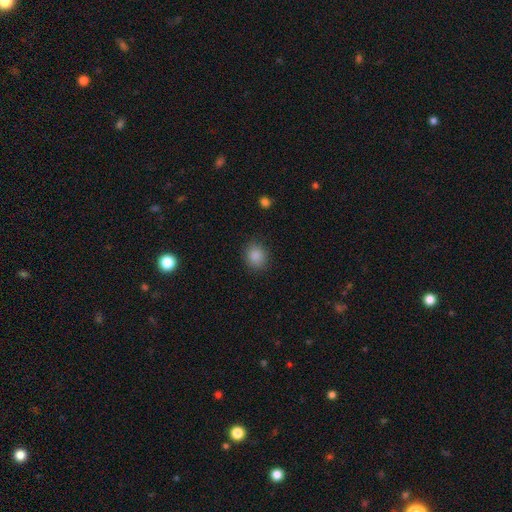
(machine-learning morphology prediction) Smooth or featured: smooth — 86% (star or artifact — 10%)
How rounded: round — 71% (in between — 28%)
Merging: none — 86% (minor disturbance — 10%)